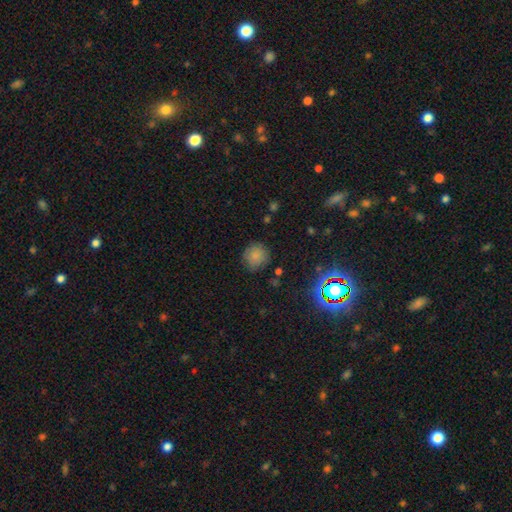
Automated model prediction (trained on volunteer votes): Q: Smooth or featured?
A: smooth (80%); runner-up: star or artifact (12%)
Q: How rounded?
A: round (89%); runner-up: in between (10%)
Q: Merging?
A: none (80%); runner-up: minor disturbance (14%)